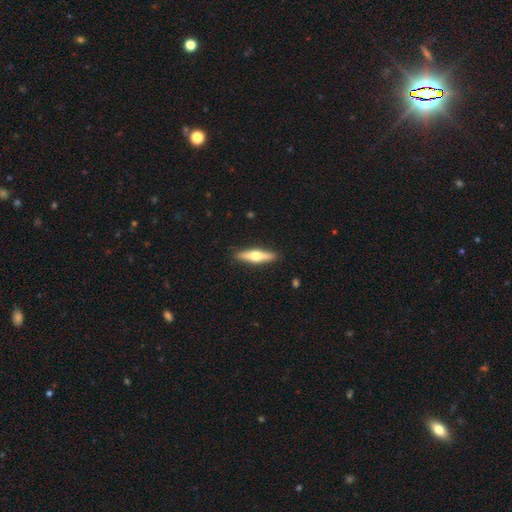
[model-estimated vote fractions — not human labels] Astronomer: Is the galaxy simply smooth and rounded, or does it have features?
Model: featured or disk — 55% (runner-up: smooth, 40%).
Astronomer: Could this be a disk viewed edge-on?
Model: yes — 95%.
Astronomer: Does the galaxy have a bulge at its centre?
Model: rounded — 94%.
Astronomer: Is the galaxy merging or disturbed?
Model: none — 90%.